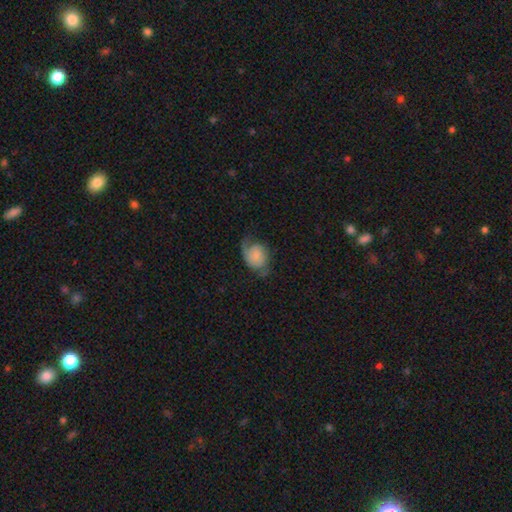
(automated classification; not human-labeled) smooth-or-featured: featured or disk: 49% | smooth: 43% | star or artifact: 8%
  merging: none: 48% | minor disturbance: 30% | major disturbance: 20% | merger: 2%